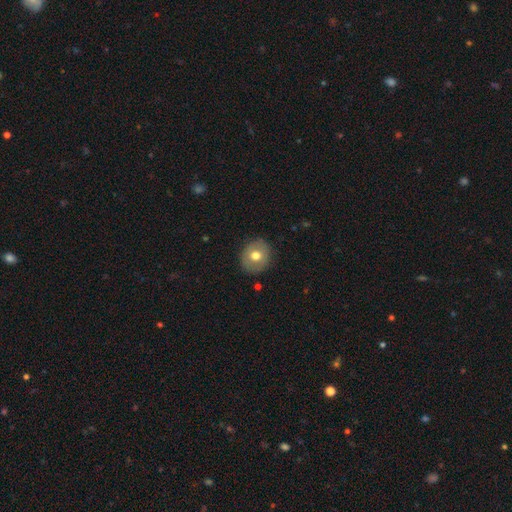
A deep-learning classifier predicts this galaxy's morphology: smooth-or-featured: smooth: 66% | featured or disk: 26% | star or artifact: 8%
  how-rounded: round: 78% | in between: 21% | cigar-shaped: 1%
  merging: none: 87% | minor disturbance: 9% | major disturbance: 2% | merger: 1%